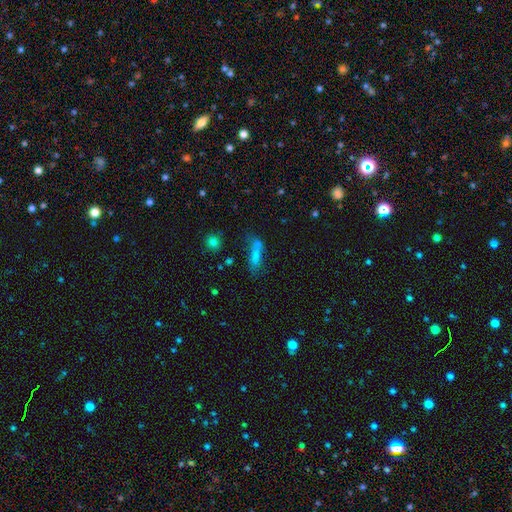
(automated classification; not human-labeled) smooth_or_featured: smooth (p=0.69) [alt: featured or disk p=0.18]
how_rounded: in between (p=0.53) [alt: cigar-shaped p=0.42]
merging: merger (p=0.38) [alt: none p=0.37]